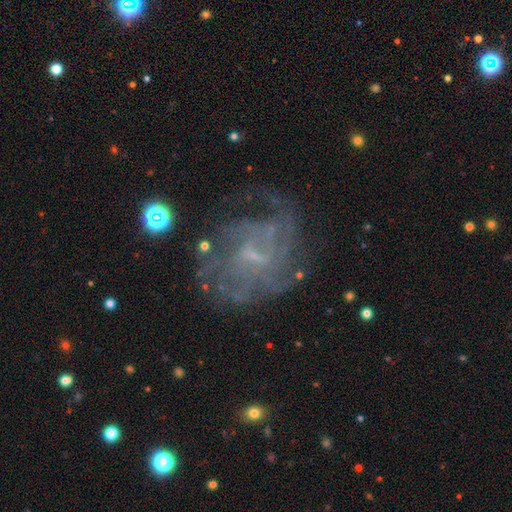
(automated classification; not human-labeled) Q: Smooth or featured?
A: featured or disk (78%); runner-up: star or artifact (11%)
Q: Edge-on disk?
A: no (97%); runner-up: yes (3%)
Q: Bar?
A: weak (55%); runner-up: no (33%)
Q: Spiral arms?
A: yes (82%); runner-up: no (18%)
Q: Spiral winding?
A: tight (39%); tied with: medium (39%)
Q: Spiral arm count?
A: can't tell (50%); runner-up: 3 (13%)
Q: Bulge size?
A: small (54%); runner-up: none (27%)
Q: Merging?
A: none (54%); runner-up: major disturbance (24%)